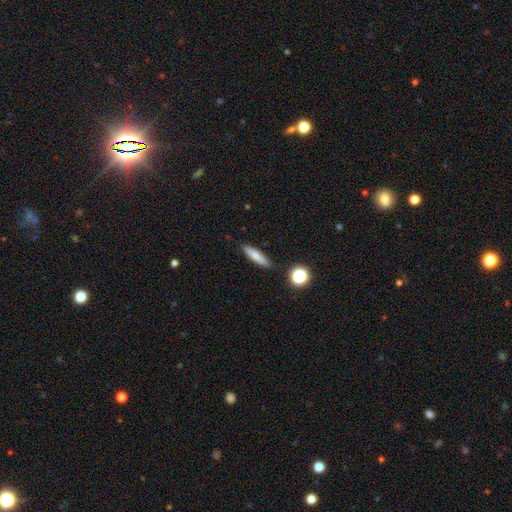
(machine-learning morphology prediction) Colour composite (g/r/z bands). It shows a smooth galaxy with no disk features (75%) that is cigar-shaped (79%). Merging: none (86%).